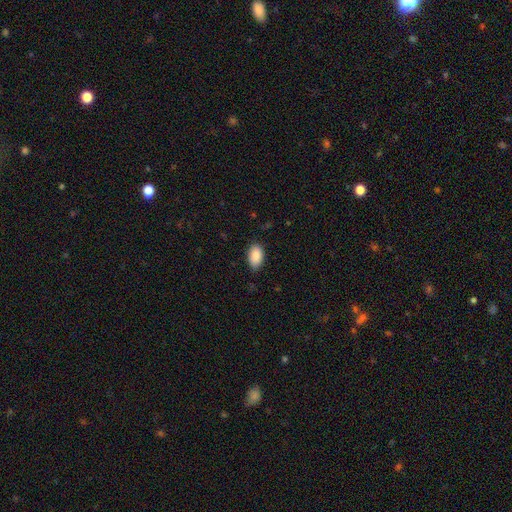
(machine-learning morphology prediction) The model was most divided on "merging": none: 82%, minor disturbance: 15%, major disturbance: 3%, merger: 1%. More confident: how rounded — in between (93%); smooth or featured — smooth (89%).